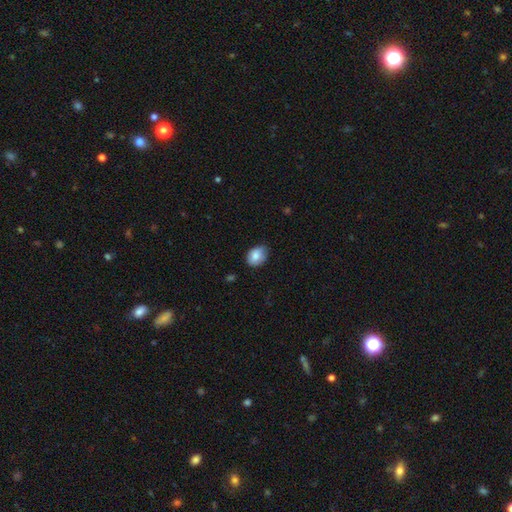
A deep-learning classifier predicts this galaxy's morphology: The model was most divided on "merging": none: 65%, minor disturbance: 29%, major disturbance: 5%, merger: 1%. More confident: smooth or featured — smooth (80%); how rounded — in between (68%).